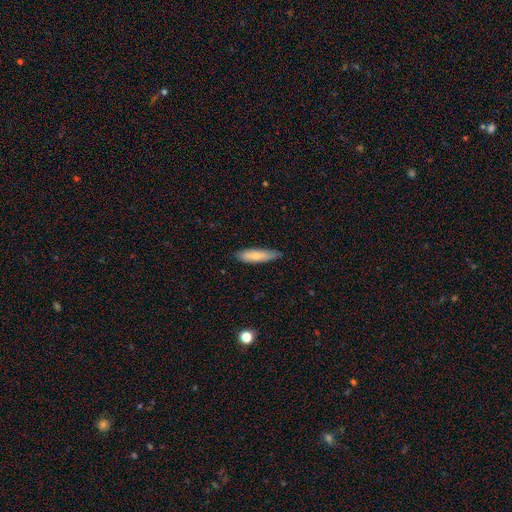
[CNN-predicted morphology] A smooth galaxy with no disk features (77%) that is cigar-shaped (66%).

Vote fractions:
- Smooth or featured? smooth: 77% / featured or disk: 17% / star or artifact: 6%
- How rounded? cigar-shaped: 66% / in between: 33% / round: 2%
- Merging? none: 79% / minor disturbance: 17% / major disturbance: 2% / merger: 1%